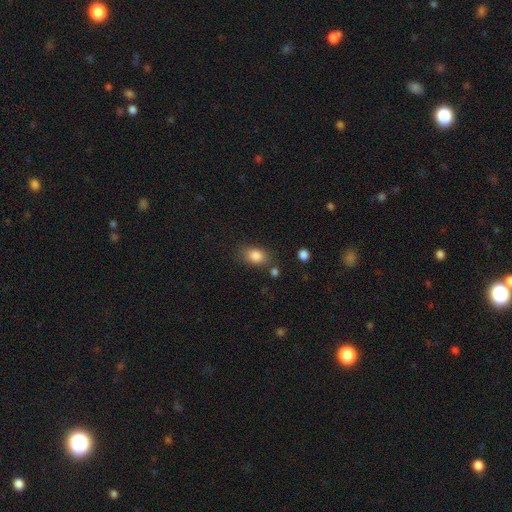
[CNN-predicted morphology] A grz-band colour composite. It shows a smooth galaxy with no disk features (84%) that is in between round and cigar-shaped (76%). Merging: none (74%).